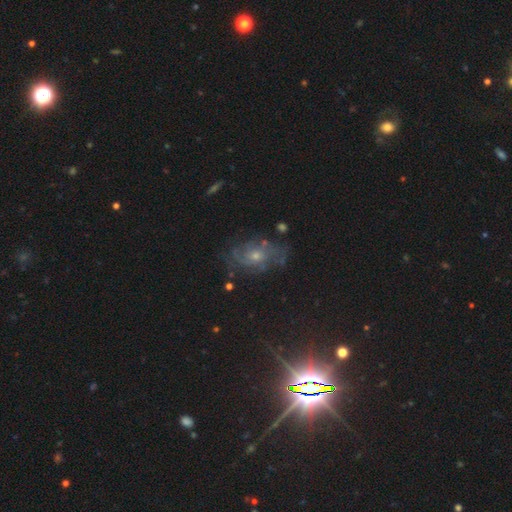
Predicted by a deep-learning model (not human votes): Smooth or featured? Predicted: featured or disk (p=0.64). Edge-on disk? Predicted: no (p=0.94). Bar? Predicted: no (p=0.78). Spiral arms? Predicted: yes (p=0.82). Bulge size? Predicted: small (p=0.52). Merging? Predicted: none (p=0.69).